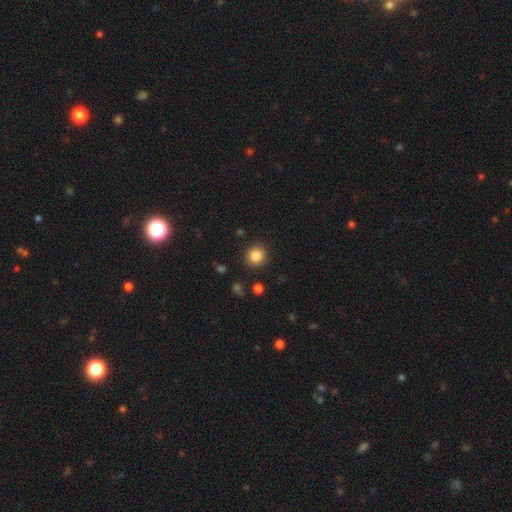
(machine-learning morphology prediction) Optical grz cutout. It shows a smooth galaxy with no disk features (85%) that is round (92%). Merging: none (90%).